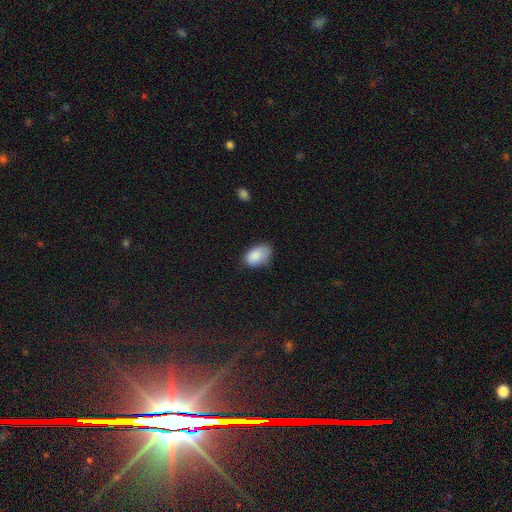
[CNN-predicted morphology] Smooth or featured? smooth (87%)
How rounded? in between (91%)
Merging? none (60%)